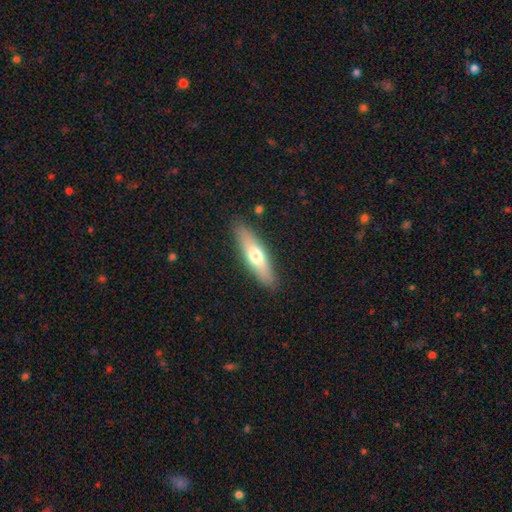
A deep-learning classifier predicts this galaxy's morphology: Smooth or featured: smooth — 61% (featured or disk — 34%)
How rounded: cigar-shaped — 62% (in between — 36%)
Merging: none — 87% (minor disturbance — 9%)